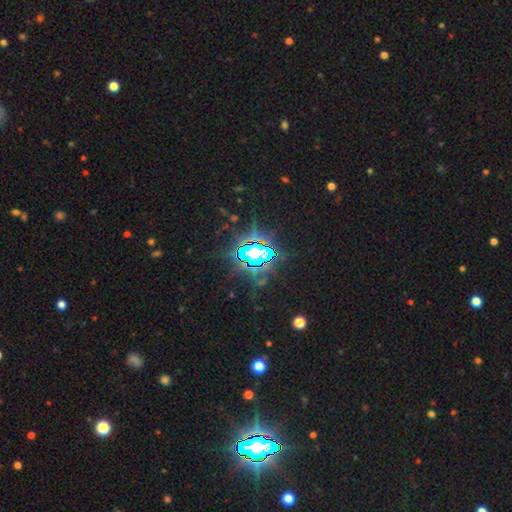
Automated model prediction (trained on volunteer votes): Smooth or featured?
  - star or artifact: 78% *
  - smooth: 12%
  - featured or disk: 11%